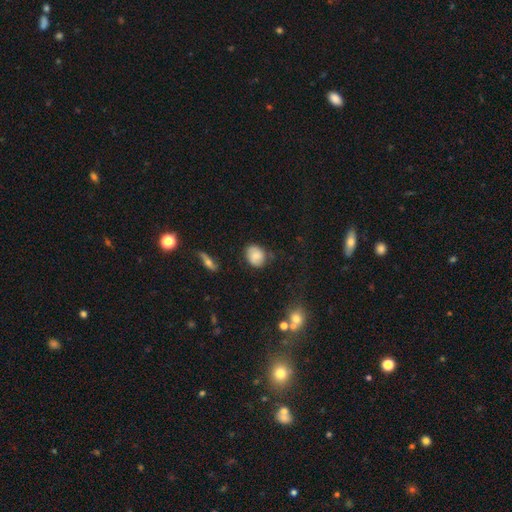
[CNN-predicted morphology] smooth_or_featured: smooth (p=0.74) [alt: featured or disk p=0.17]
how_rounded: in between (p=0.55) [alt: round p=0.44]
merging: none (p=0.71) [alt: minor disturbance p=0.21]